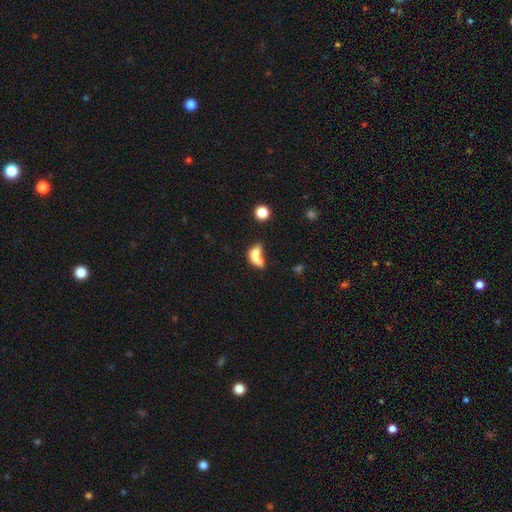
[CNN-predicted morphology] Smooth or featured? smooth (66%)
How rounded? in between (73%)
Merging? merger (51%)